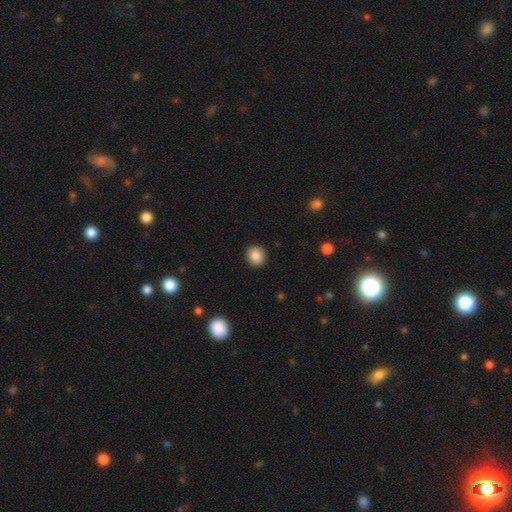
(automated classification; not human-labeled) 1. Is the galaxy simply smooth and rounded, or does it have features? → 88% smooth, 9% star or artifact, 4% featured or disk.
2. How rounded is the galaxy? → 80% round, 19% in between, 1% cigar-shaped.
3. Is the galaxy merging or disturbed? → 91% none, 6% minor disturbance, 2% major disturbance, 1% merger.